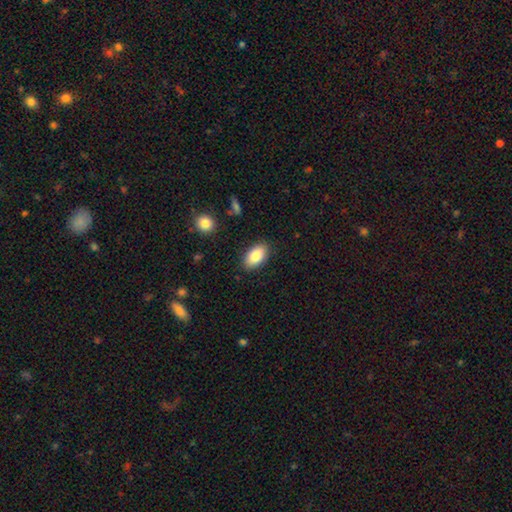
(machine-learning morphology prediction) Overall: smooth (84%). How rounded: in between (93%). Merging: none (87%).